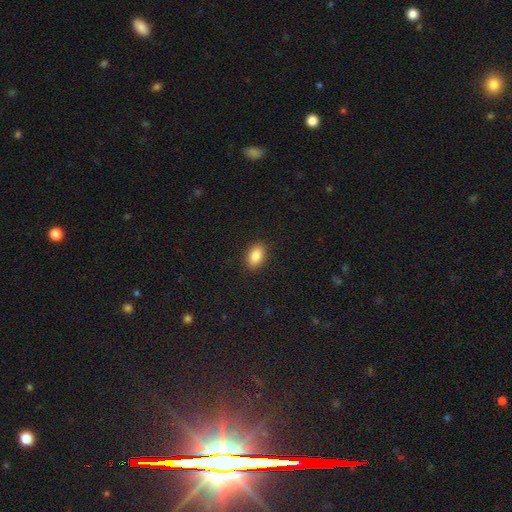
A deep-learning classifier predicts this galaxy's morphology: Smooth or featured?
  - smooth: 88% *
  - star or artifact: 8%
  - featured or disk: 4%
How rounded?
  - in between: 90% *
  - round: 8%
  - cigar-shaped: 2%
Merging?
  - none: 90% *
  - minor disturbance: 7%
  - major disturbance: 2%
  - merger: 1%